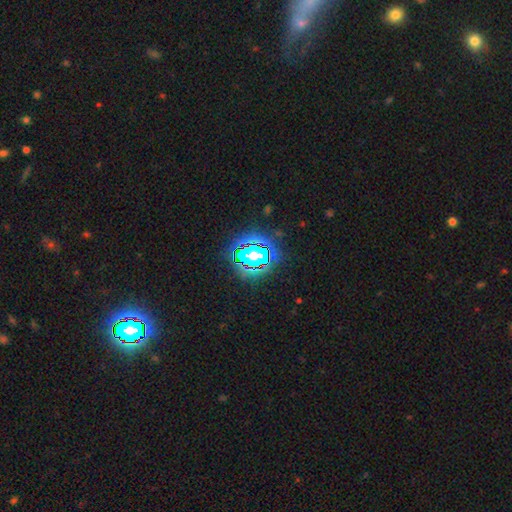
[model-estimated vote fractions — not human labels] A star or artifact, not a galaxy (77%).

Vote fractions:
- Smooth or featured? star or artifact: 77% / smooth: 14% / featured or disk: 9%